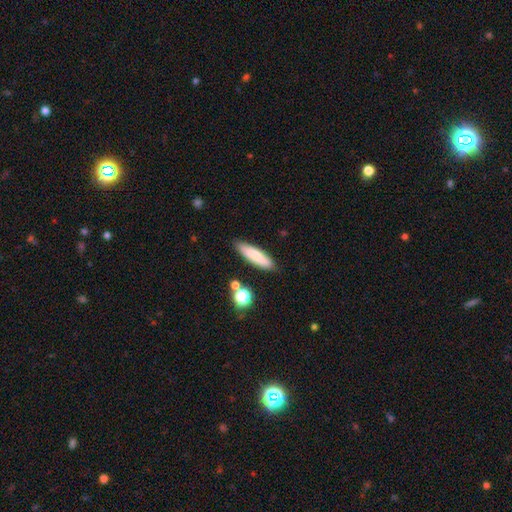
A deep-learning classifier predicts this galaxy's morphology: Smooth or featured?
  - smooth: 75% *
  - featured or disk: 17%
  - star or artifact: 7%
How rounded?
  - cigar-shaped: 71% *
  - in between: 27%
  - round: 2%
Merging?
  - none: 82% *
  - minor disturbance: 12%
  - merger: 4%
  - major disturbance: 3%